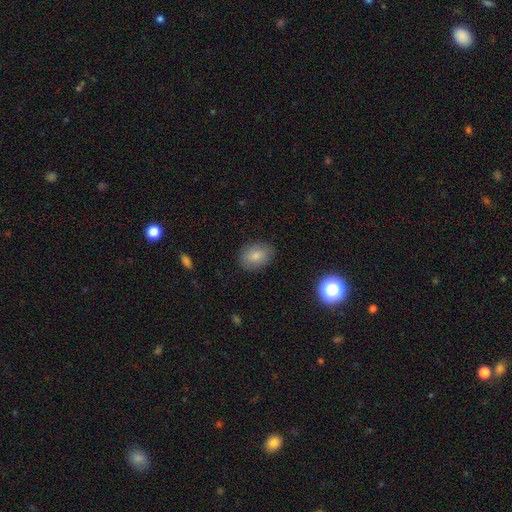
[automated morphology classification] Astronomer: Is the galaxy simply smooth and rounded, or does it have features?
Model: smooth — 81%.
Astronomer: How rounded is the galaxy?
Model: in between — 75%.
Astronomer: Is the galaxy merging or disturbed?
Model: none — 84%.